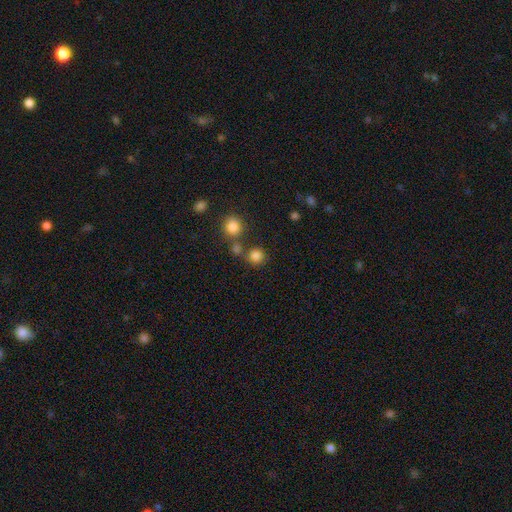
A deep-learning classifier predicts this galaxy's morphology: Q: Smooth or featured?
A: smooth (81%); runner-up: star or artifact (14%)
Q: How rounded?
A: round (90%); runner-up: in between (9%)
Q: Merging?
A: none (71%); runner-up: merger (17%)